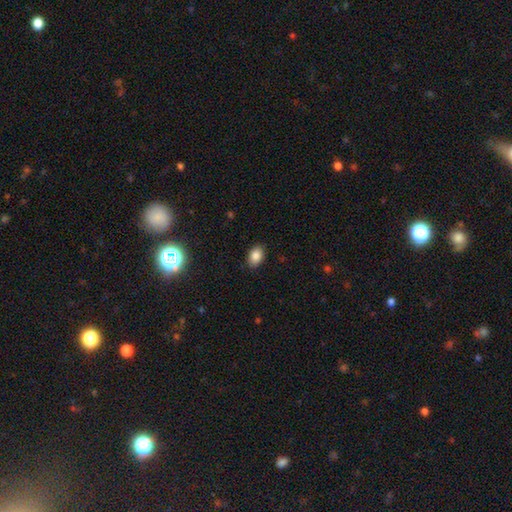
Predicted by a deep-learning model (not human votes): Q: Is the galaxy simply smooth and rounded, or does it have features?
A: smooth — 86%.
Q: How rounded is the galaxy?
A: in between — 81%.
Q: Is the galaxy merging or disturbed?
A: none — 86%.